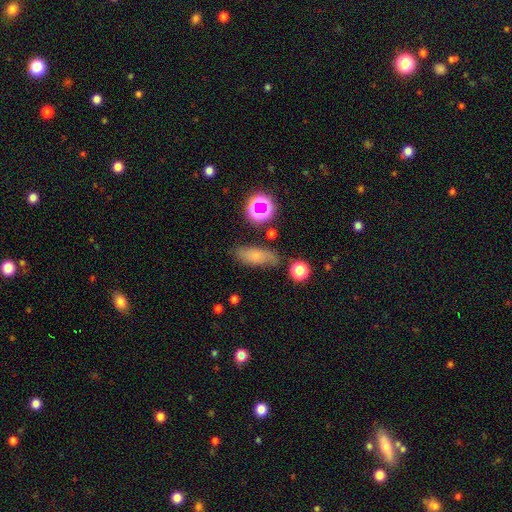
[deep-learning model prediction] Smooth or featured? smooth (65%)
How rounded? in between (67%)
Merging? none (68%)